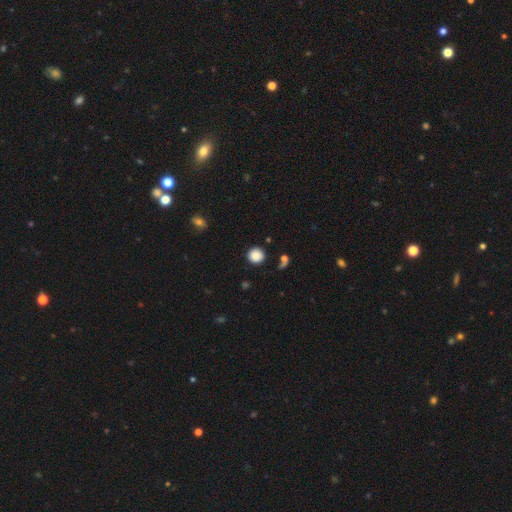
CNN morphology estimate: Smooth or featured?
  - smooth: 86% *
  - star or artifact: 10%
  - featured or disk: 4%
How rounded?
  - round: 94% *
  - in between: 5%
  - cigar-shaped: 1%
Merging?
  - none: 86% *
  - minor disturbance: 8%
  - major disturbance: 3%
  - merger: 3%